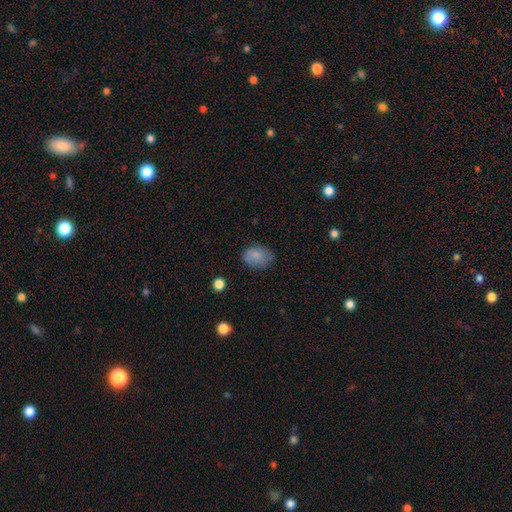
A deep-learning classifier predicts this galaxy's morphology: Overall: smooth (81%). How rounded: in between (73%). Merging: none (72%).